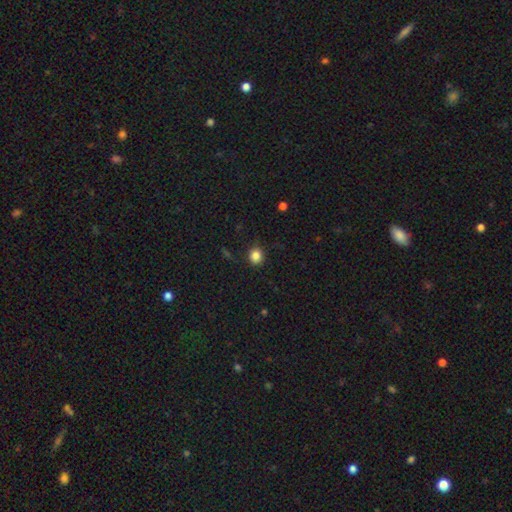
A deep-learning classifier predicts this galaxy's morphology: This appears to be a smooth galaxy with no disk features (85%) that is round (78%). Merging: none (86%).